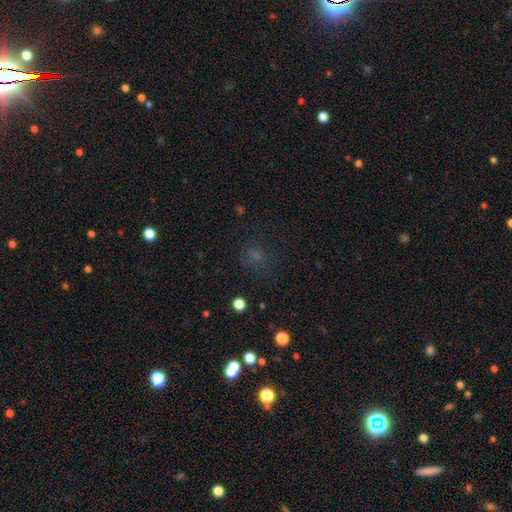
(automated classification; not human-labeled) Smooth or featured?
  - smooth: 54% *
  - star or artifact: 34%
  - featured or disk: 12%
How rounded?
  - round: 66% *
  - in between: 32%
  - cigar-shaped: 2%
Merging?
  - none: 73% *
  - minor disturbance: 15%
  - major disturbance: 10%
  - merger: 2%